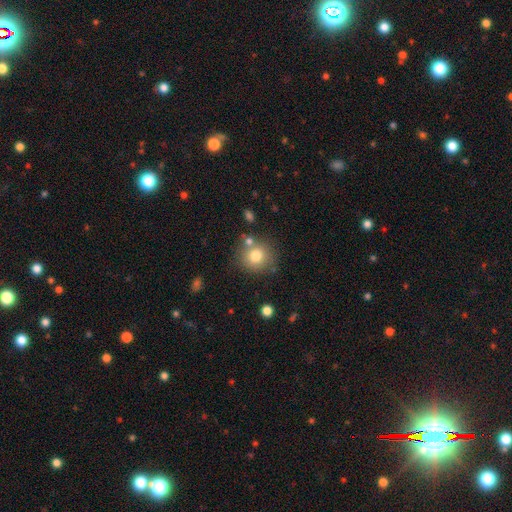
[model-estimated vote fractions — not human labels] smooth_or_featured: smooth (p=0.77) [alt: featured or disk p=0.12]
how_rounded: round (p=0.87) [alt: in between p=0.12]
merging: none (p=0.72) [alt: merger p=0.12]